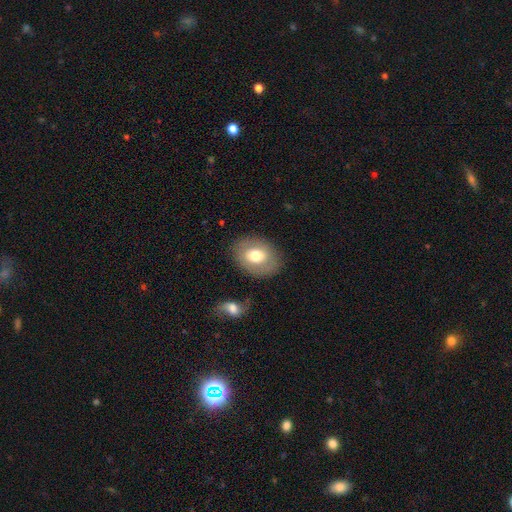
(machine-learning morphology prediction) A smooth galaxy with no disk features (63%) that is in between round and cigar-shaped (66%).

Vote fractions:
- Smooth or featured? smooth: 63% / featured or disk: 29% / star or artifact: 7%
- How rounded? in between: 66% / round: 33% / cigar-shaped: 1%
- Merging? none: 80% / minor disturbance: 12% / major disturbance: 4% / merger: 4%